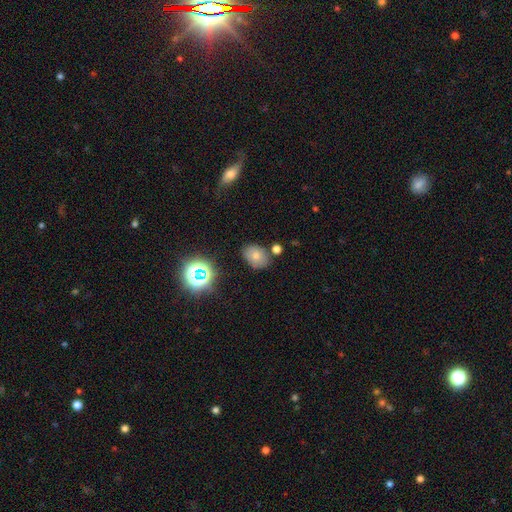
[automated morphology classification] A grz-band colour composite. It shows a smooth galaxy with no disk features (67%) that is in between round and cigar-shaped (67%). Merging: none (76%).